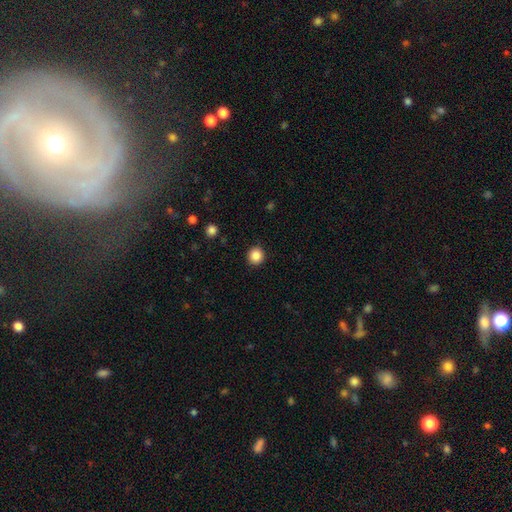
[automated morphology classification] This appears to be a smooth galaxy with no disk features (87%) that is round (94%). Merging: none (92%).